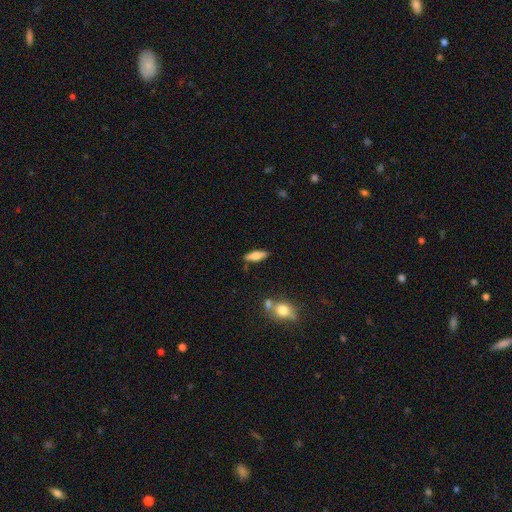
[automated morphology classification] This appears to be a smooth galaxy with no disk features (64%) that is in between round and cigar-shaped (50%). Merging: none (84%).